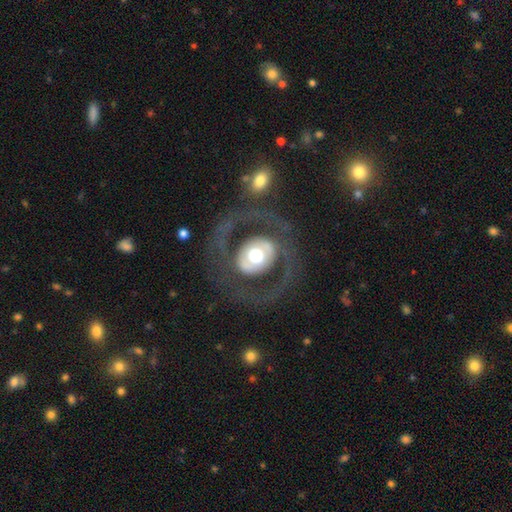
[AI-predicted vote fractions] A featured or disk galaxy (66%) with no bar (72%), no spiral arms (56%) and a moderate central bulge (48%). Merging: none (73%).